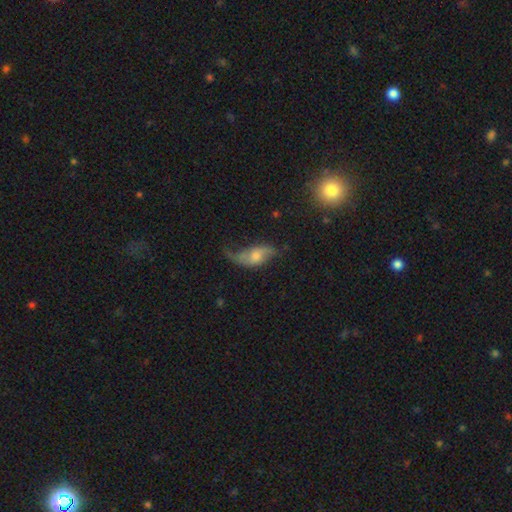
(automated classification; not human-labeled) This appears to be a featured or disk galaxy (60%) with no bar (66%), spiral arms (83%) and a moderate central bulge (54%). Merging: none (42%).